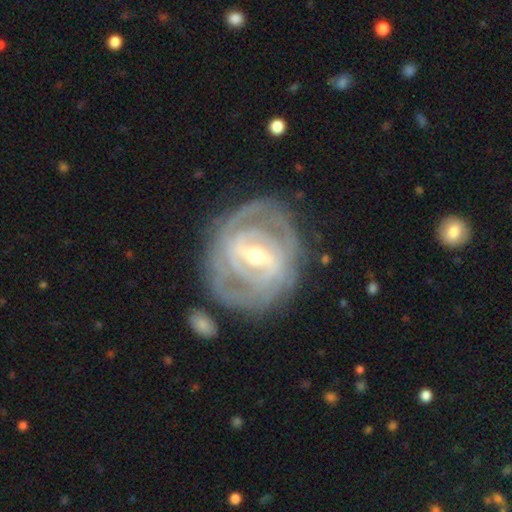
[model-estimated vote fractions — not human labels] Morphology: type=featured or disk (87%); edge-on=no (96%); bar=strong (46%); spiral arms=yes (90%); winding=tight (73%); arm count=can't tell (33%); bulge=moderate (51%); merging=none (76%).